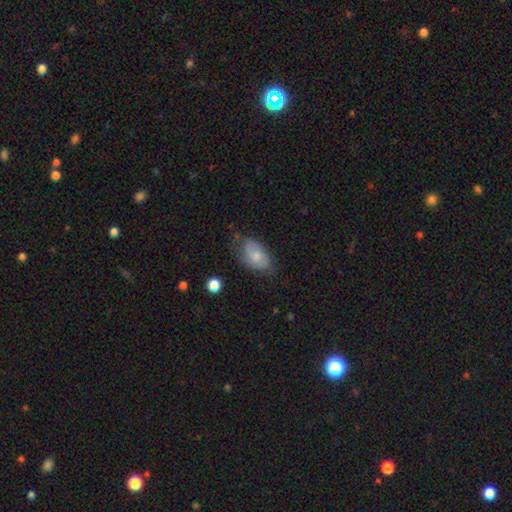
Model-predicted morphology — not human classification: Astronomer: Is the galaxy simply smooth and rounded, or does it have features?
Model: smooth — 63%.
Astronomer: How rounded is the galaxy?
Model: in between — 92%.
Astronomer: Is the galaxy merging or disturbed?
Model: none — 55% (runner-up: minor disturbance, 32%).